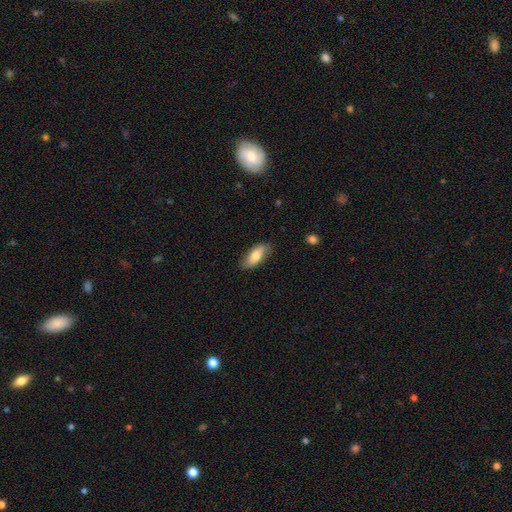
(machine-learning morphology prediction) This is likely a smooth galaxy (75%). How rounded: likely in between (79%). Merging: clearly none (81%).